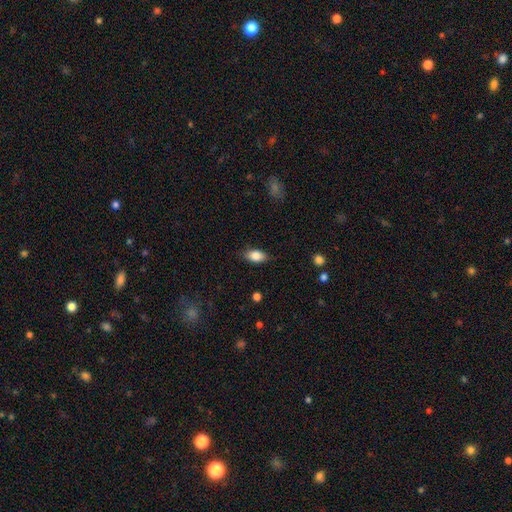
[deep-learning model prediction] This appears to be a smooth galaxy with no disk features (85%) that is in between round and cigar-shaped (90%). Merging: none (83%).